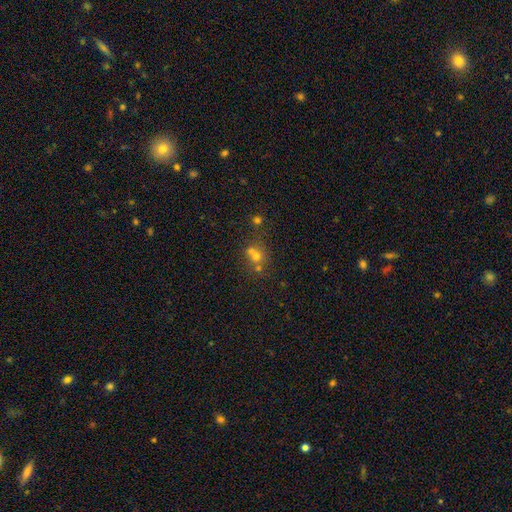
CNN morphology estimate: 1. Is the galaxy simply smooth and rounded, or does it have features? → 58% smooth, 24% star or artifact, 17% featured or disk.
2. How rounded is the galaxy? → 80% round, 19% in between, 1% cigar-shaped.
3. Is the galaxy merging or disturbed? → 46% none, 42% merger, 8% minor disturbance, 4% major disturbance.